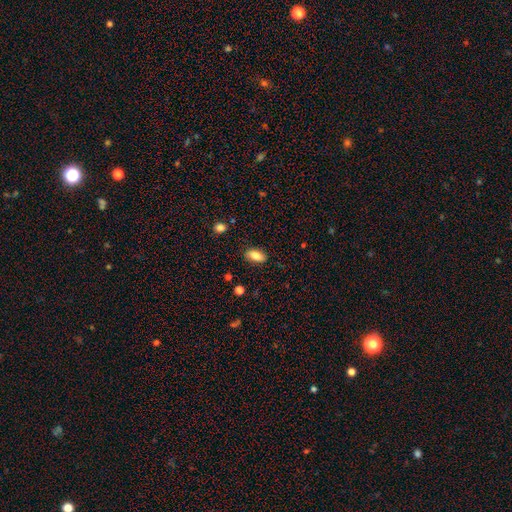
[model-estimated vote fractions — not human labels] smooth 83%, featured or disk 9%, star or artifact 8%. Down the decision tree: how rounded — in between (89%); merging — none (85%).